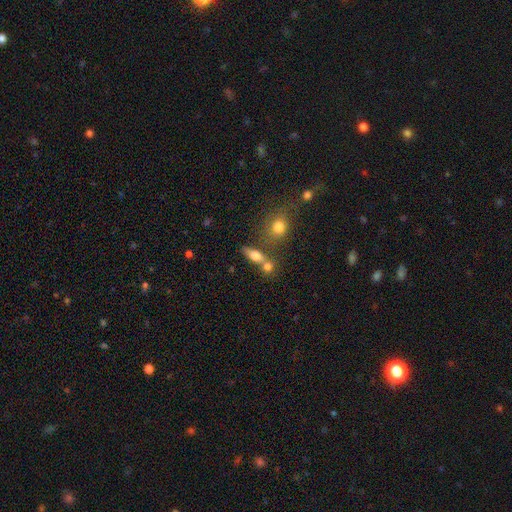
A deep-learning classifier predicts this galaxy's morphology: This appears to be a smooth galaxy with no disk features (70%) that is in between round and cigar-shaped (62%). Merging: none (45%).